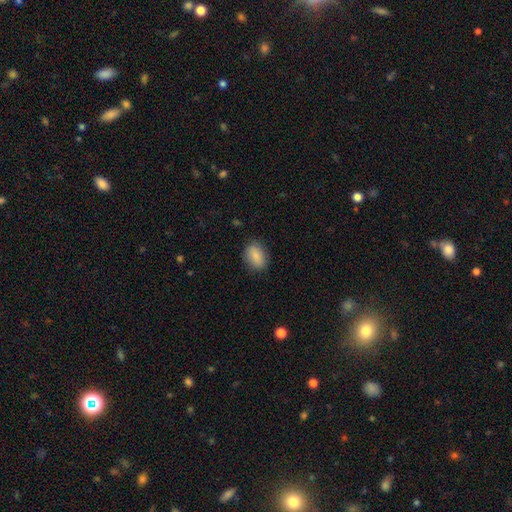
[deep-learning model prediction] Morphology: type=smooth (85%); roundness=in between (77%); merging=none (83%).